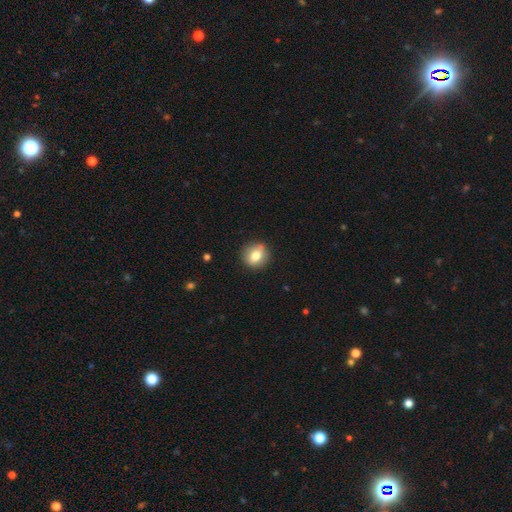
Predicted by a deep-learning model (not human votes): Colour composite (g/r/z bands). It shows a smooth galaxy with no disk features (73%) that is round (84%). Merging: none (85%).